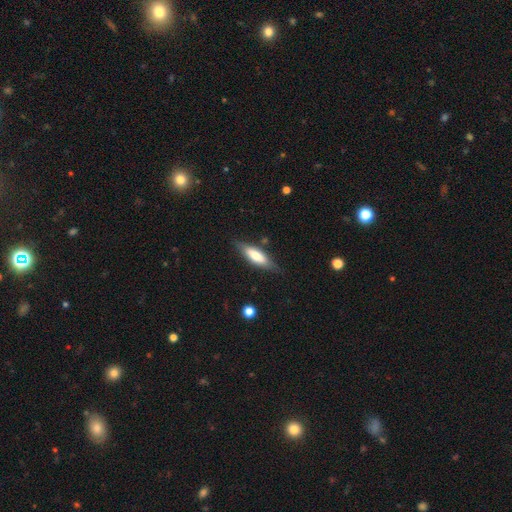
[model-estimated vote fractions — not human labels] Smooth or featured?
  - smooth: 64% *
  - featured or disk: 30%
  - star or artifact: 6%
How rounded?
  - in between: 49% * (tied)
  - cigar-shaped: 49% * (tied)
  - round: 2%
Merging?
  - none: 78% *
  - minor disturbance: 16%
  - major disturbance: 4%
  - merger: 2%